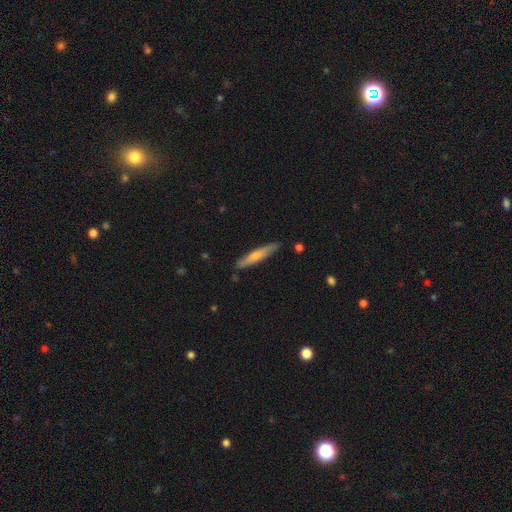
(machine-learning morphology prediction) A smooth galaxy with no disk features (63%) that is cigar-shaped (91%). Merging: none (85%).